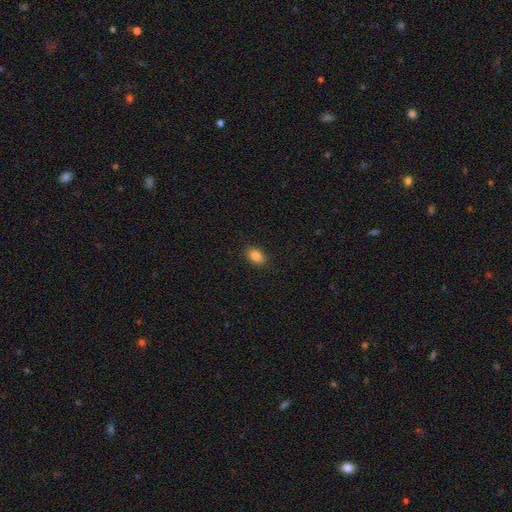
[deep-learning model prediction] Overall: smooth (85%). How rounded: in between (83%). Merging: none (88%).